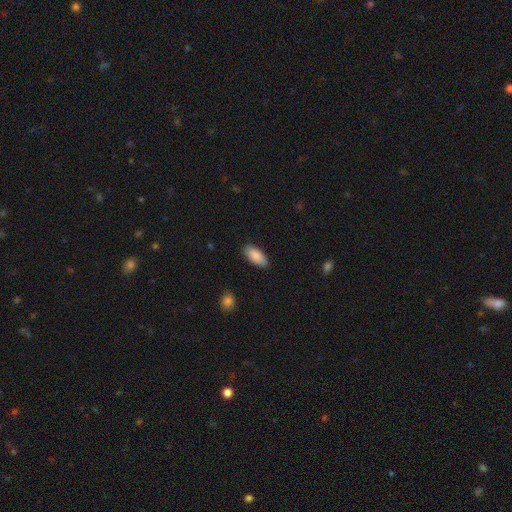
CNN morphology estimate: This is clearly a smooth galaxy (89%). How rounded: clearly in between (91%). Merging: clearly none (87%).